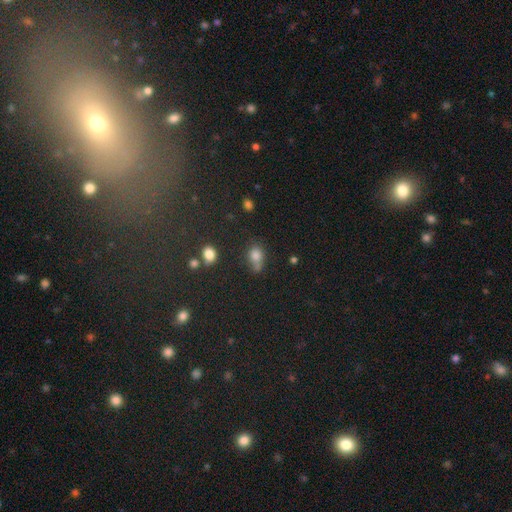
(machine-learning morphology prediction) smooth_or_featured: smooth (p=0.76) [alt: star or artifact p=0.15]
how_rounded: round (p=0.56) [alt: in between p=0.42]
merging: none (p=0.45) [alt: merger p=0.24]